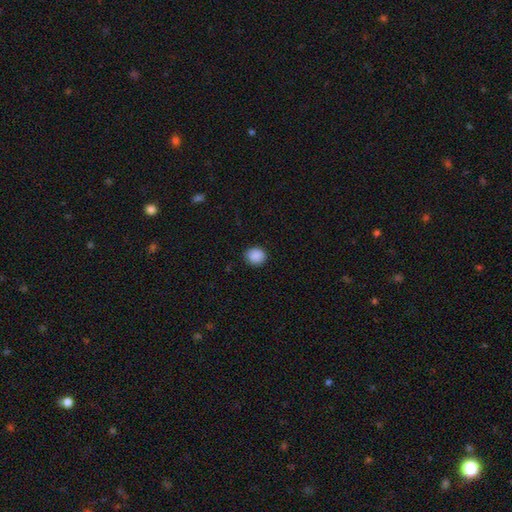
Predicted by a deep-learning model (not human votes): smooth_or_featured: smooth (p=0.89) [alt: star or artifact p=0.08]
how_rounded: round (p=0.75) [alt: in between p=0.24]
merging: none (p=0.89) [alt: minor disturbance p=0.08]